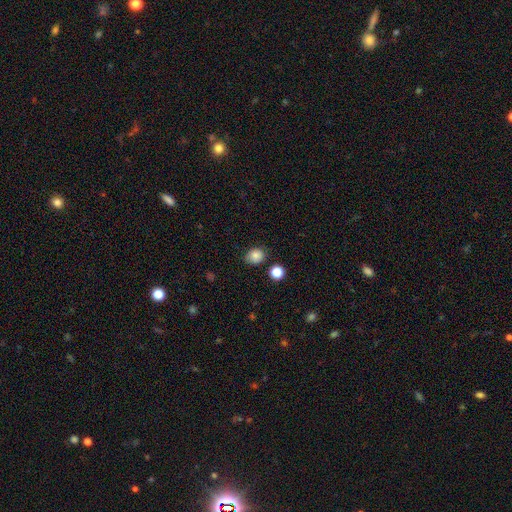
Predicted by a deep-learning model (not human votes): Smooth or featured?
  - smooth: 84% *
  - star or artifact: 11%
  - featured or disk: 6%
How rounded?
  - round: 63% *
  - in between: 36%
  - cigar-shaped: 1%
Merging?
  - none: 77% *
  - minor disturbance: 16%
  - merger: 4%
  - major disturbance: 3%